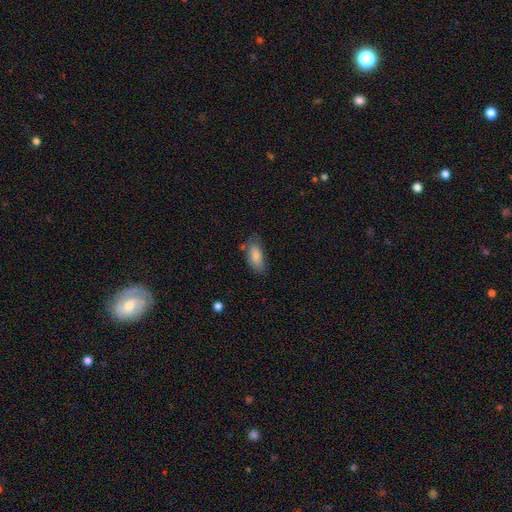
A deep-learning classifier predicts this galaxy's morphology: Smooth or featured: smooth — 82% (featured or disk — 11%)
How rounded: in between — 89% (cigar-shaped — 8%)
Merging: none — 62% (minor disturbance — 27%)